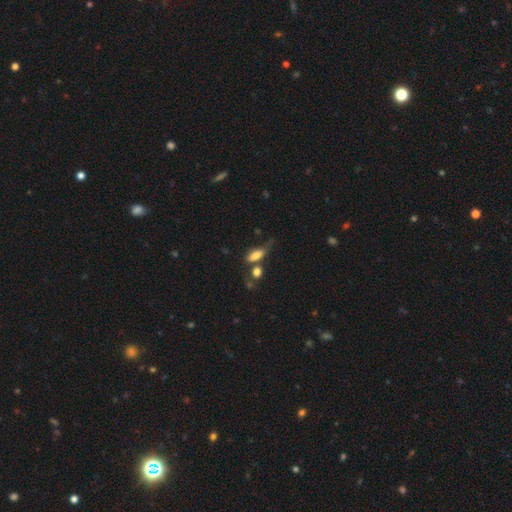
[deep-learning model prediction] This appears to be a smooth galaxy with no disk features (74%) that is in between round and cigar-shaped (72%). Merging: none (44%).